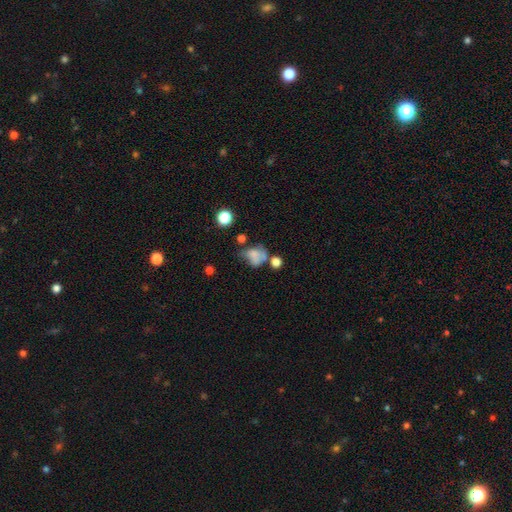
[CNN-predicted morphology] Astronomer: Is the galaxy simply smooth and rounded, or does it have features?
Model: smooth — 60%.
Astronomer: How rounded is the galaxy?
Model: in between — 59% (runner-up: round, 40%).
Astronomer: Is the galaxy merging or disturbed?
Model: merger — 29% (runner-up: major disturbance, 25%).